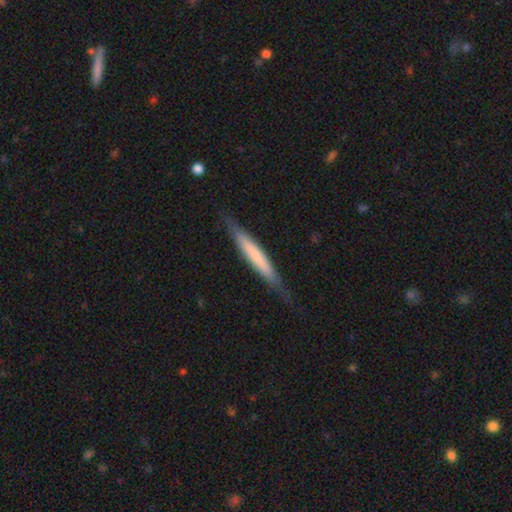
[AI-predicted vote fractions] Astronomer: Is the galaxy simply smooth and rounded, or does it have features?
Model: smooth — 58% (runner-up: featured or disk, 37%).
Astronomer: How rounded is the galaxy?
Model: cigar-shaped — 94%.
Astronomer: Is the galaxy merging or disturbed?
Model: none — 81%.